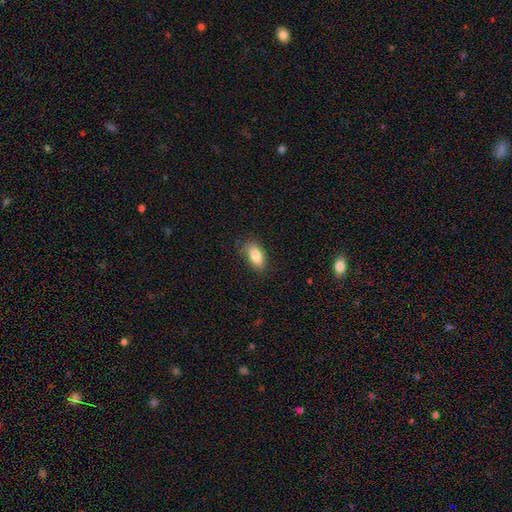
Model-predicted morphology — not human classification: Smooth or featured?
  - smooth: 84% *
  - featured or disk: 8%
  - star or artifact: 8%
How rounded?
  - in between: 90% *
  - cigar-shaped: 6%
  - round: 4%
Merging?
  - none: 78% *
  - minor disturbance: 17%
  - major disturbance: 4%
  - merger: 1%